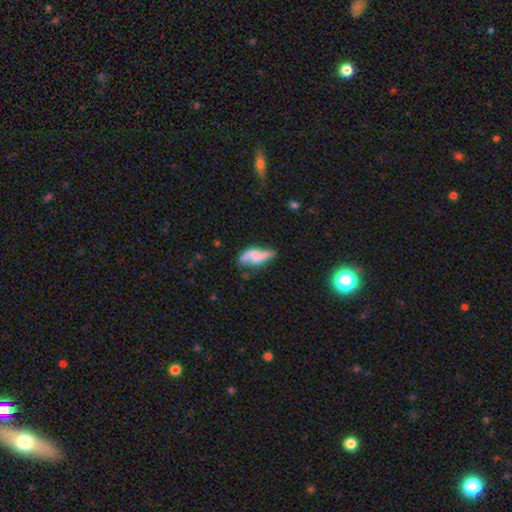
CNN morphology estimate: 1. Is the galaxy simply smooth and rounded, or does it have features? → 63% featured or disk, 30% smooth, 7% star or artifact.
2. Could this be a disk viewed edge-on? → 87% no, 13% yes.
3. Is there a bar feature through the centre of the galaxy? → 59% no, 31% weak, 10% strong.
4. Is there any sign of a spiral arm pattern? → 84% yes, 16% no.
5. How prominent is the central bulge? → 41% small, 27% moderate, 26% none, 5% large, 2% dominant.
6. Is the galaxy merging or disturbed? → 49% none, 28% minor disturbance, 16% major disturbance, 7% merger.